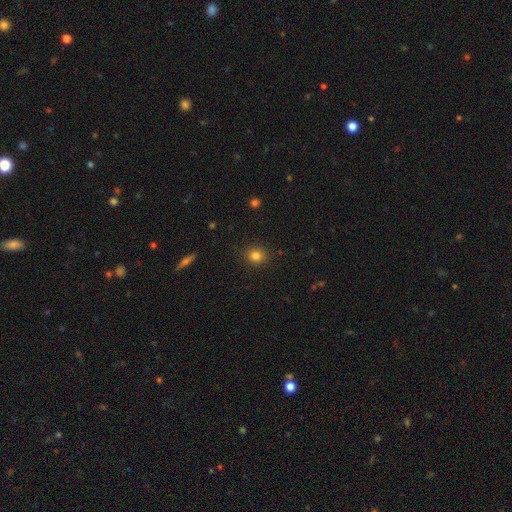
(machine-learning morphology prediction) The model was most divided on "smooth or featured": smooth: 82%, star or artifact: 13%, featured or disk: 6%. More confident: merging — none (90%); how rounded — round (86%).